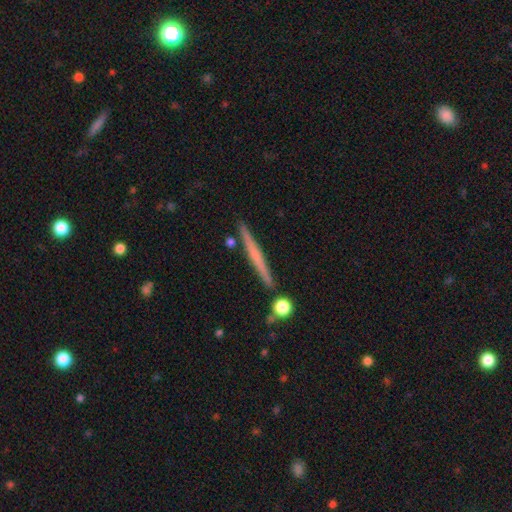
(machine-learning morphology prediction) type=featured or disk (52%); edge-on=yes (97%); edge-on bulge=none (77%); merging=none (89%).